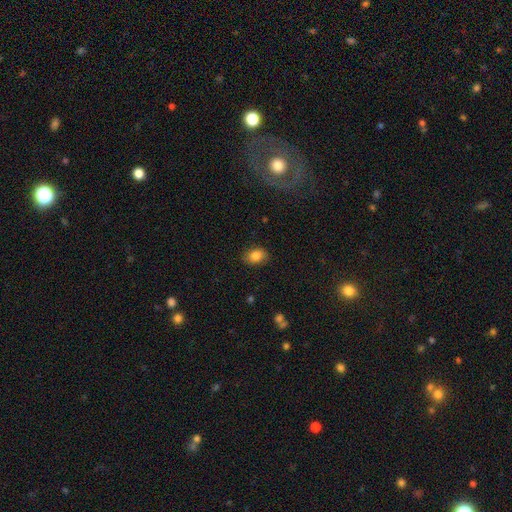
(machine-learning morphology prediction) The model was most divided on "how rounded": in between: 70%, round: 28%, cigar-shaped: 1%. More confident: merging — none (84%); smooth or featured — smooth (83%).